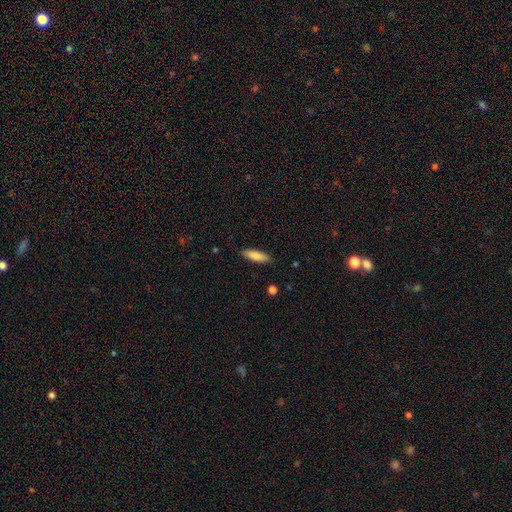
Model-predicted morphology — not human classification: Smooth or featured? smooth (80%)
How rounded? cigar-shaped (55%)
Merging? none (87%)